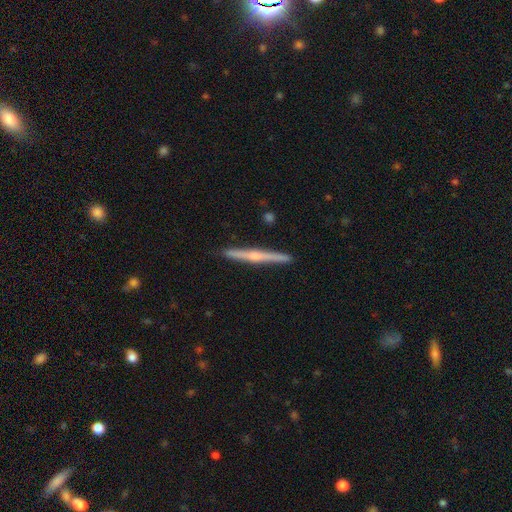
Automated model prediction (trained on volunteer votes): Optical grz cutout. It shows a featured or disk galaxy (74%) viewed edge-on (98%) with a rounded central bulge (75%). Merging: none (92%).